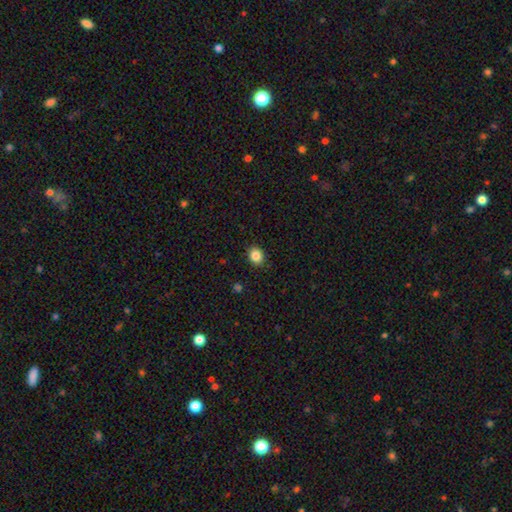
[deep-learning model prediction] This appears to be a smooth galaxy with no disk features (85%) that is round (55%). Merging: none (89%).